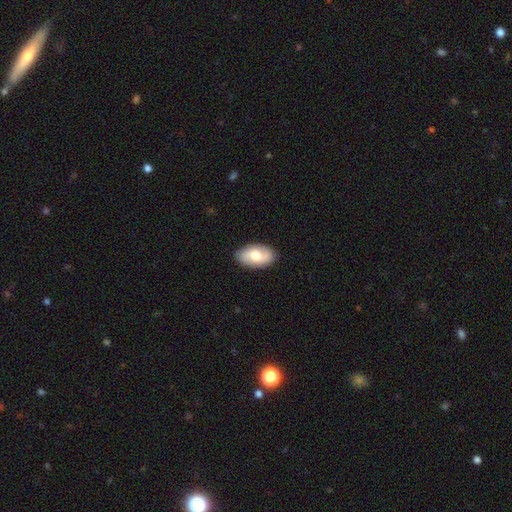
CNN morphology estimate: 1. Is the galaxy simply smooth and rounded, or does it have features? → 55% smooth, 39% featured or disk, 6% star or artifact.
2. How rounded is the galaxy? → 93% in between, 5% round, 2% cigar-shaped.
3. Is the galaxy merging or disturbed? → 86% none, 10% minor disturbance, 2% major disturbance, 1% merger.